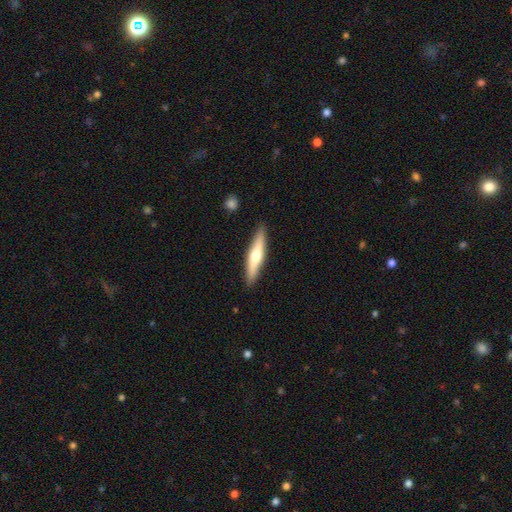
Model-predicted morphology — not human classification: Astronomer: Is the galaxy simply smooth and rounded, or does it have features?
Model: smooth — 51% (runner-up: featured or disk, 44%).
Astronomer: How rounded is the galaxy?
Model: cigar-shaped — 88%.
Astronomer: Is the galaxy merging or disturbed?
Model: none — 89%.